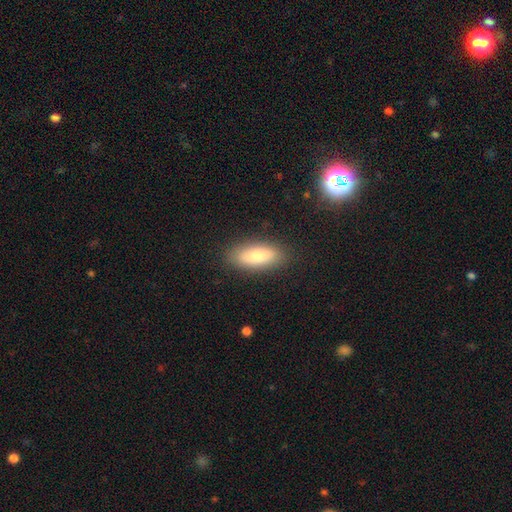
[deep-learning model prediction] smooth 73%, featured or disk 18%, star or artifact 8%. Down the decision tree: how rounded — in between (81%); merging — none (86%).